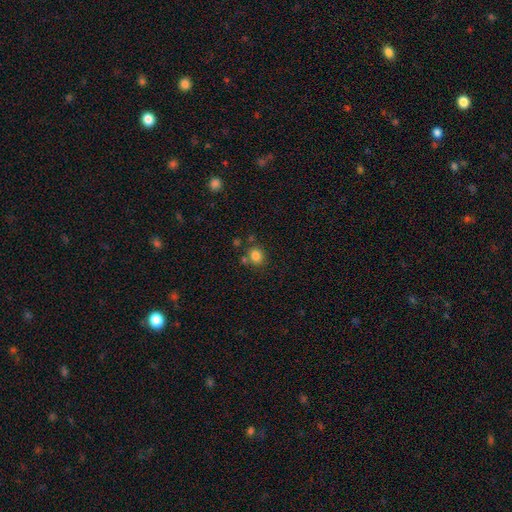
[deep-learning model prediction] Morphology: type=smooth (82%); roundness=round (66%); merging=none (70%).